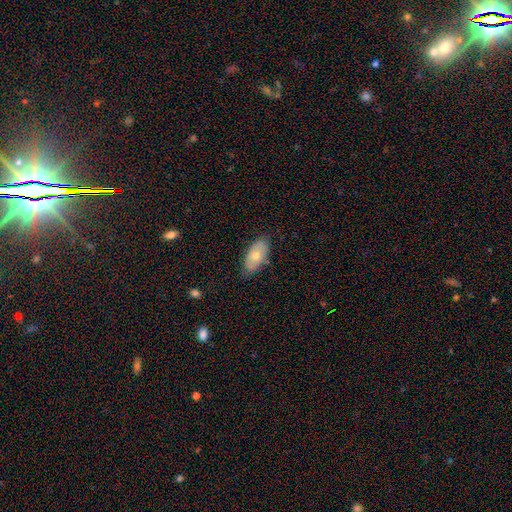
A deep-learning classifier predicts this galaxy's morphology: The model was most divided on "smooth or featured": smooth: 60%, featured or disk: 34%, star or artifact: 6%. More confident: how rounded — in between (92%); merging — none (79%).